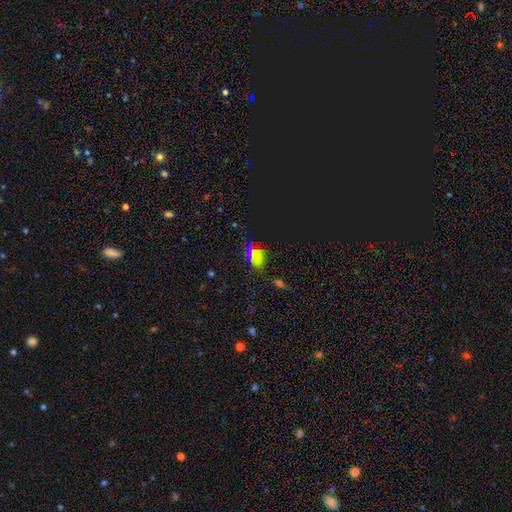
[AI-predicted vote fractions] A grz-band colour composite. It shows a star or artifact, not a galaxy (50%).